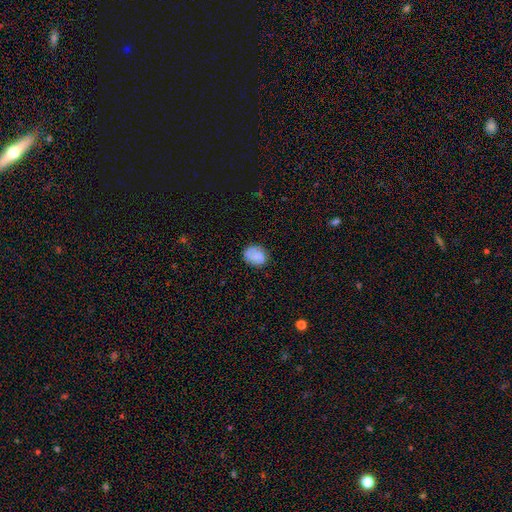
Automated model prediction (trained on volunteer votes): smooth_or_featured: smooth (p=0.71) [alt: featured or disk p=0.20]
how_rounded: in between (p=0.51) [alt: round p=0.47]
merging: none (p=0.78) [alt: minor disturbance p=0.16]